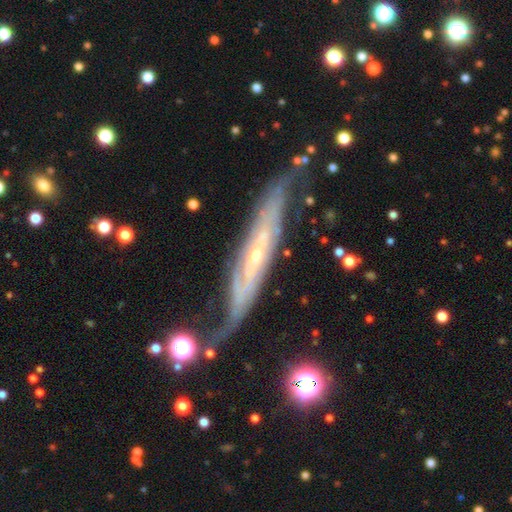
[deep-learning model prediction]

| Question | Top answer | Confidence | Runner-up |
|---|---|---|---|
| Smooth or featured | featured or disk | 81% | smooth (13%) |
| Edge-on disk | no | 52% | yes (48%) |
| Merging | none | 64% | minor disturbance (24%) |